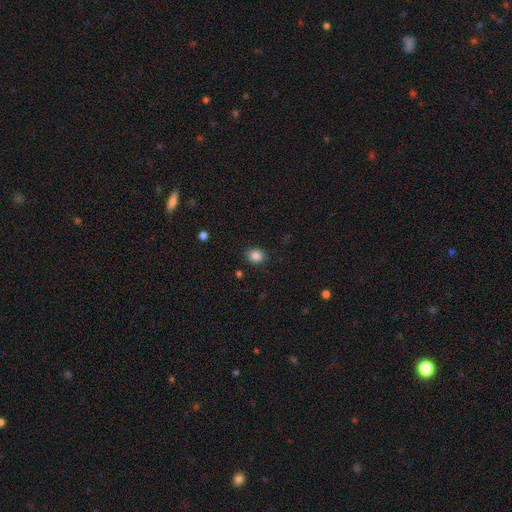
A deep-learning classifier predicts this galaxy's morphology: Smooth or featured: smooth — 85% (star or artifact — 10%)
How rounded: round — 64% (in between — 35%)
Merging: none — 88% (minor disturbance — 9%)